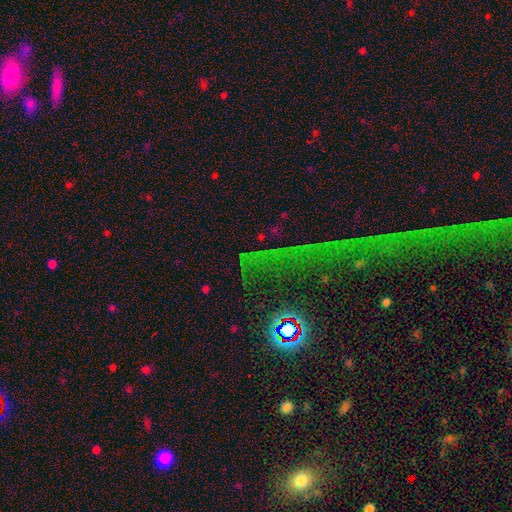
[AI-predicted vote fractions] Smooth or featured? star or artifact (79%)